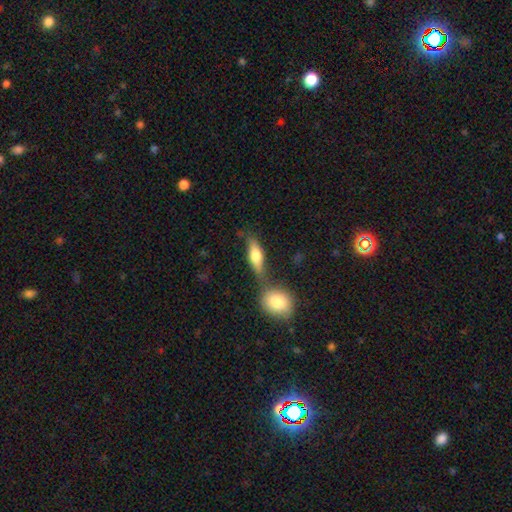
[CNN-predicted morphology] Smooth or featured: smooth — 62% (featured or disk — 31%)
How rounded: in between — 57% (cigar-shaped — 36%)
Merging: none — 48% (merger — 32%)